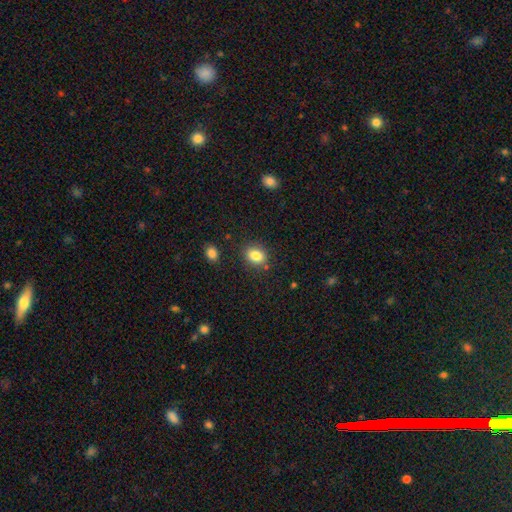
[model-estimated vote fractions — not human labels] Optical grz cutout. It shows a smooth galaxy with no disk features (84%) that is in between round and cigar-shaped (52%). Merging: none (81%).